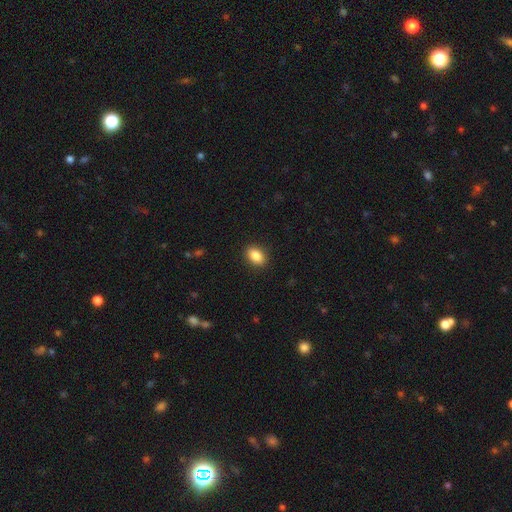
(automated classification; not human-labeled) Overall: smooth (87%). How rounded: in between (85%). Merging: none (90%).